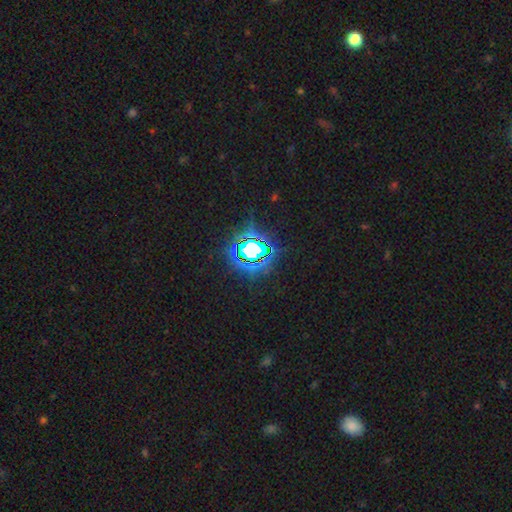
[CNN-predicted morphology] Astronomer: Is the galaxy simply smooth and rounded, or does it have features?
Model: star or artifact — 81%.